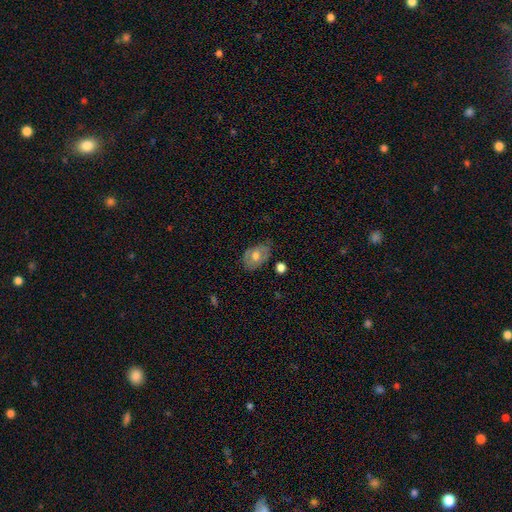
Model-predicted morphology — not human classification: A smooth galaxy with no disk features (53%) that is in between round and cigar-shaped (82%). Merging: none (65%).